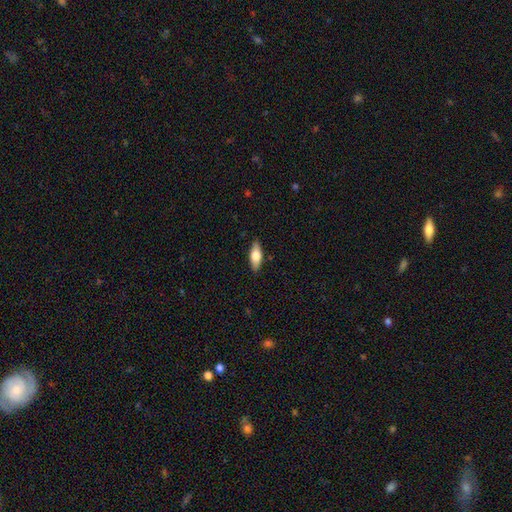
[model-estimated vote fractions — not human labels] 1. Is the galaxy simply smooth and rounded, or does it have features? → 65% smooth, 28% featured or disk, 6% star or artifact.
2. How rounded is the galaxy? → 70% in between, 27% cigar-shaped, 3% round.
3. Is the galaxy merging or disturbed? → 88% none, 9% minor disturbance, 2% major disturbance, 1% merger.